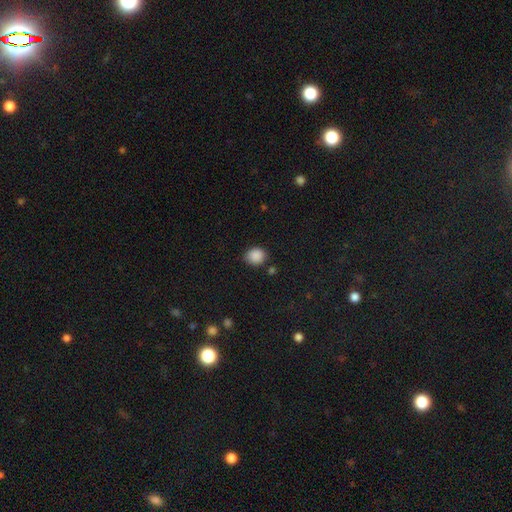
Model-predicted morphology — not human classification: A smooth galaxy with no disk features (88%) that is round (69%). Merging: none (81%).